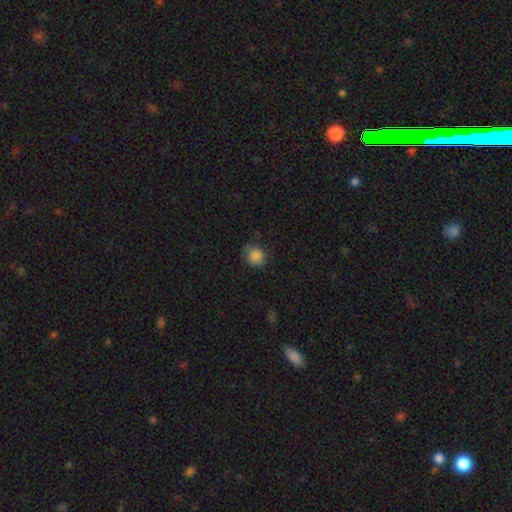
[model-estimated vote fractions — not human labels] smooth-or-featured: smooth: 86% | star or artifact: 10% | featured or disk: 4%
  how-rounded: round: 82% | in between: 17% | cigar-shaped: 1%
  merging: none: 75% | minor disturbance: 19% | major disturbance: 4% | merger: 1%